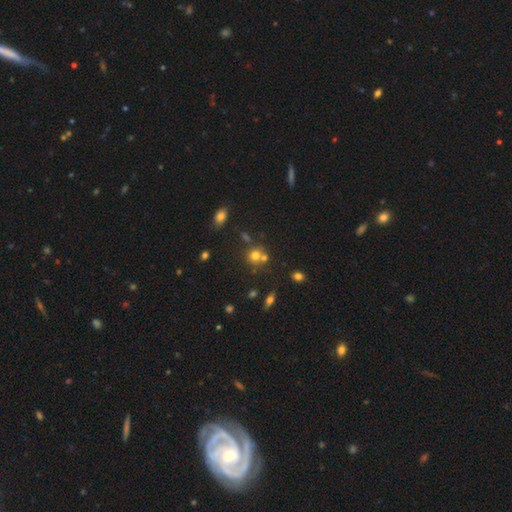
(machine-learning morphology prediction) smooth-or-featured: smooth: 68% | star or artifact: 19% | featured or disk: 14%
  how-rounded: round: 85% | in between: 14% | cigar-shaped: 1%
  merging: none: 57% | merger: 30% | minor disturbance: 10% | major disturbance: 4%